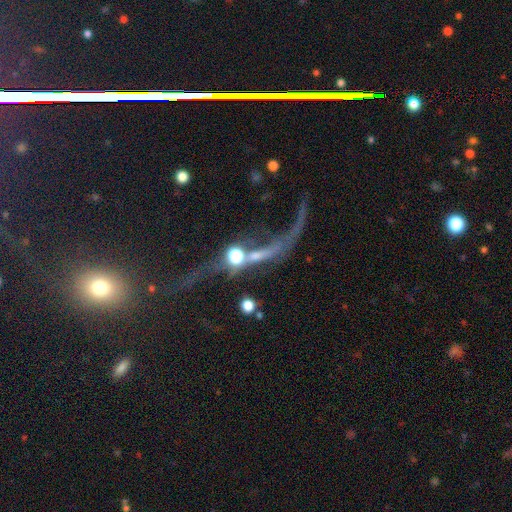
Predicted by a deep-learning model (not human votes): Q: Smooth or featured?
A: featured or disk (56%); runner-up: star or artifact (22%)
Q: Edge-on disk?
A: no (71%); runner-up: yes (29%)
Q: Merging?
A: major disturbance (30%); tied with: merger (30%)